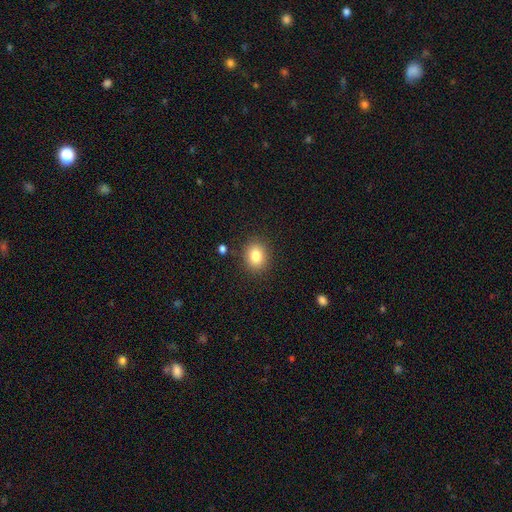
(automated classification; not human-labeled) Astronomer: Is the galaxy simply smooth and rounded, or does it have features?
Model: smooth — 82%.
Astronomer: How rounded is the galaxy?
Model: round — 62%.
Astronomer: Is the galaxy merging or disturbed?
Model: none — 87%.